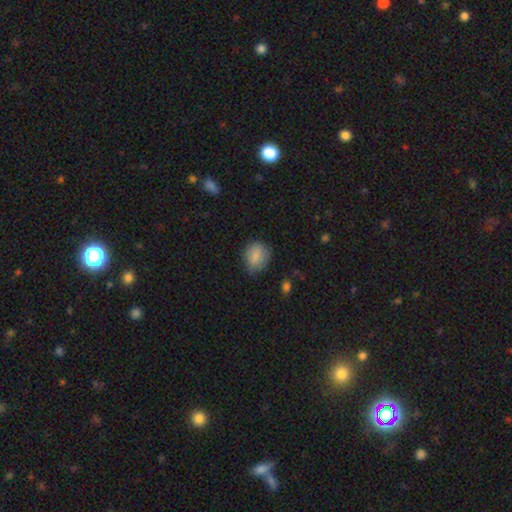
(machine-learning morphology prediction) Smooth or featured? Predicted: smooth (p=0.85). How rounded? Predicted: round (p=0.52). Merging? Predicted: none (p=0.65).